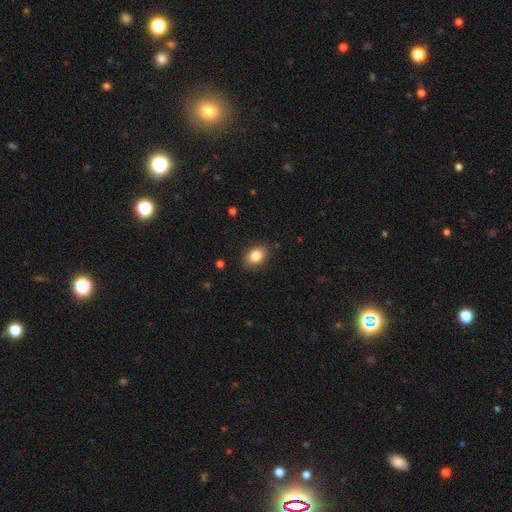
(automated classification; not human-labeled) Smooth or featured? Predicted: smooth (p=0.84). How rounded? Predicted: in between (p=0.76). Merging? Predicted: none (p=0.86).